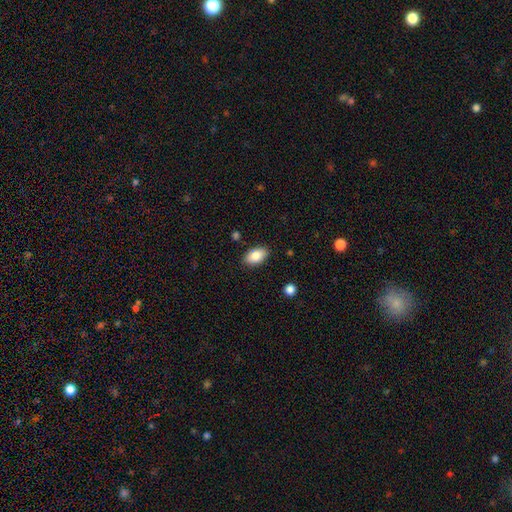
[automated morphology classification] The model was most divided on "merging": none: 86%, minor disturbance: 10%, major disturbance: 2%, merger: 1%. More confident: how rounded — in between (92%); smooth or featured — smooth (85%).